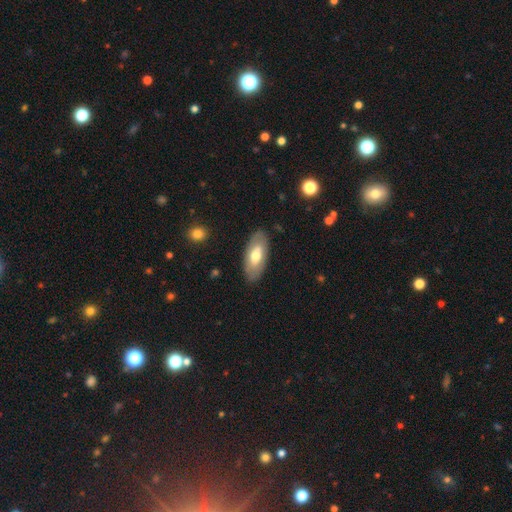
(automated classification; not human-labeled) The model was most divided on "smooth or featured": smooth: 60%, featured or disk: 35%, star or artifact: 6%. More confident: how rounded — in between (88%); merging — none (86%).